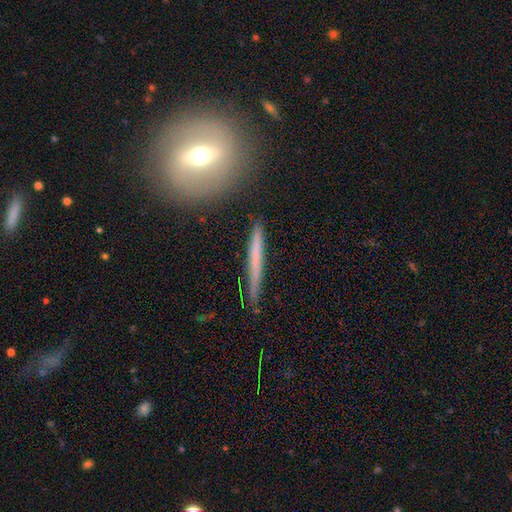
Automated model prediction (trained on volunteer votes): This appears to be a smooth galaxy with no disk features (47%). Merging: none (88%).